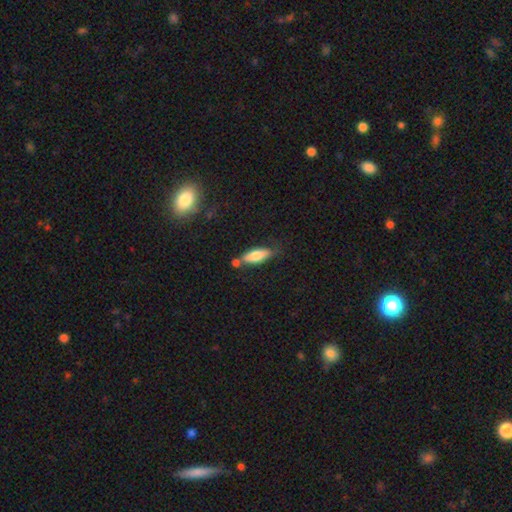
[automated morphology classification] The model was most divided on "how rounded": in between: 63%, cigar-shaped: 35%, round: 2%. More confident: smooth or featured — smooth (74%); merging — none (62%).